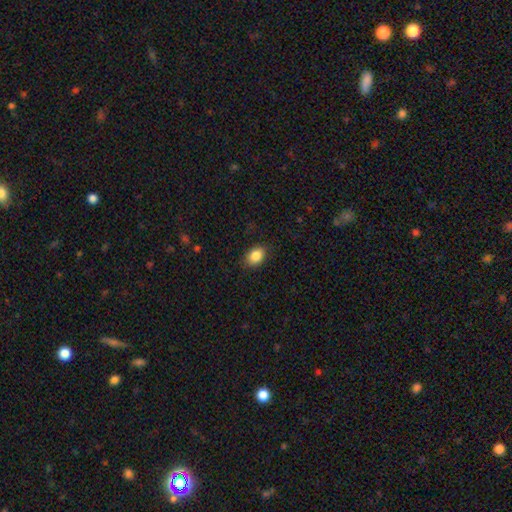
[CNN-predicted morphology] The model was most divided on "how rounded": in between: 74%, round: 24%, cigar-shaped: 1%. More confident: smooth or featured — smooth (87%); merging — none (86%).